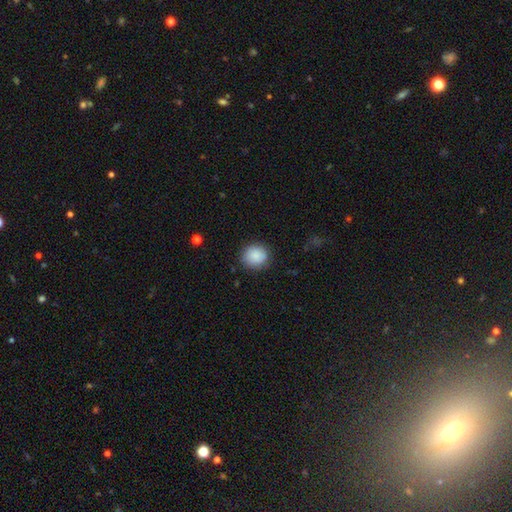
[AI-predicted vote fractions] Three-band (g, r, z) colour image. It shows a smooth galaxy with no disk features (87%) that is round (85%). Merging: none (85%).